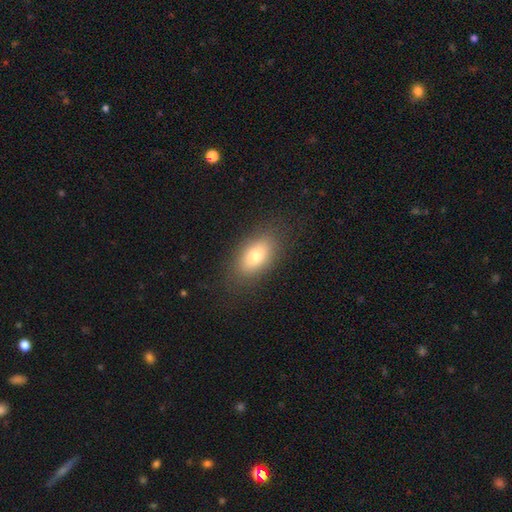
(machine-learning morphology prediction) type=smooth (76%); roundness=in between (87%); merging=none (84%).